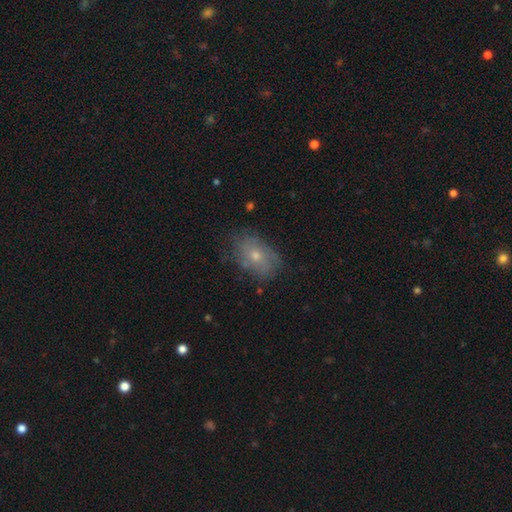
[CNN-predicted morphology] Smooth or featured?
  - smooth: 50% *
  - featured or disk: 39%
  - star or artifact: 10%
How rounded?
  - in between: 82% *
  - round: 17%
  - cigar-shaped: 2%
Merging?
  - none: 70% *
  - minor disturbance: 22%
  - major disturbance: 7%
  - merger: 1%